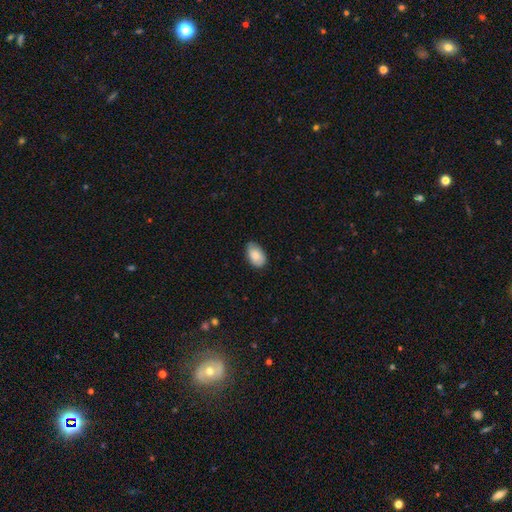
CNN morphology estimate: type=smooth (83%); roundness=in between (92%); merging=none (74%).